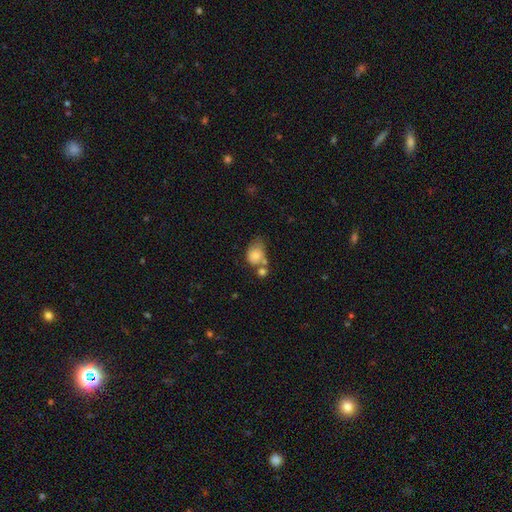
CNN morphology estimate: Smooth or featured? Predicted: smooth (p=0.78). How rounded? Predicted: in between (p=0.61). Merging? Predicted: none (p=0.34).